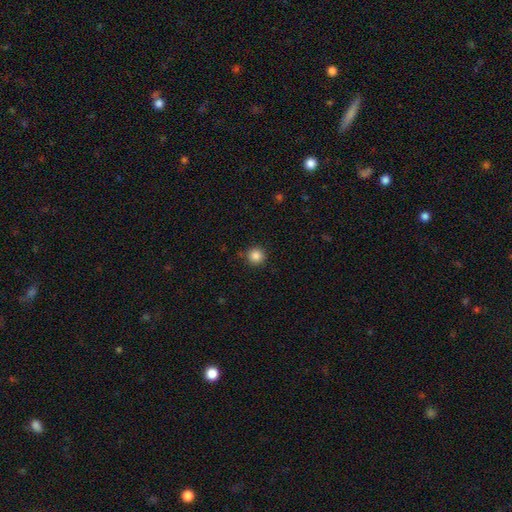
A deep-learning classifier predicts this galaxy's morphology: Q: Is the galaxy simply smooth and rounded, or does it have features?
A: smooth — 86%.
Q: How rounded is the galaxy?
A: round — 95%.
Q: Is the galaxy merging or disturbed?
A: none — 89%.